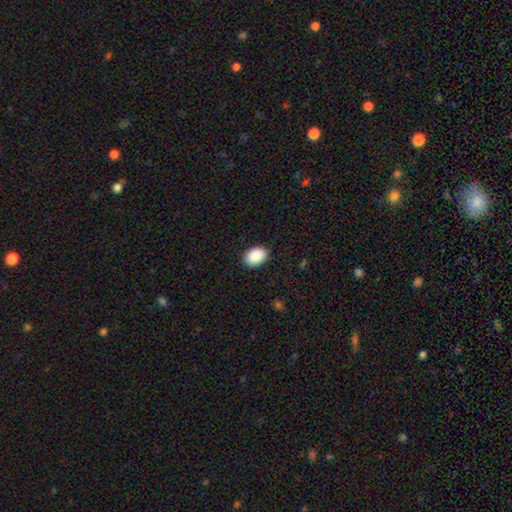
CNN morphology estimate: Smooth or featured? Predicted: smooth (p=0.91). How rounded? Predicted: in between (p=0.86). Merging? Predicted: none (p=0.90).